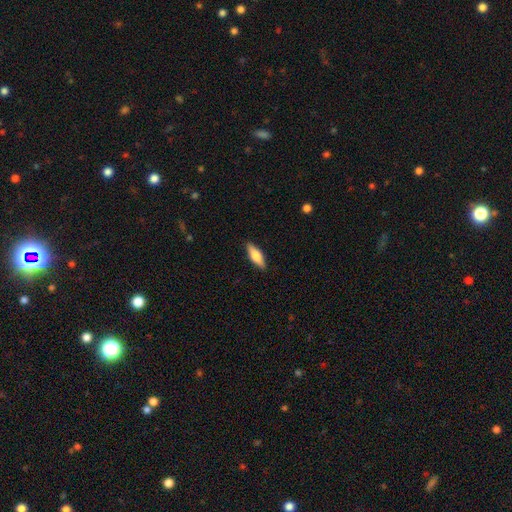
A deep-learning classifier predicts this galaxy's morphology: smooth-or-featured: smooth: 62% | featured or disk: 32% | star or artifact: 6%
  how-rounded: in between: 55% | cigar-shaped: 42% | round: 2%
  merging: none: 88% | minor disturbance: 9% | major disturbance: 2% | merger: 1%